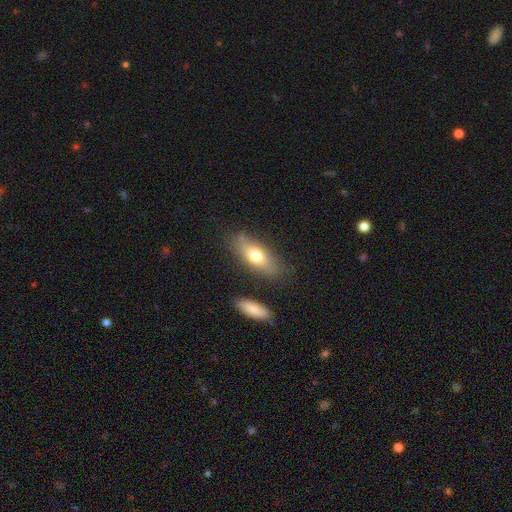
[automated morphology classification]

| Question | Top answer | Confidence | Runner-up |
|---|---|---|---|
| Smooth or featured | smooth | 70% | featured or disk (23%) |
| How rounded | in between | 73% | cigar-shaped (23%) |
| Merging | none | 73% | minor disturbance (16%) |